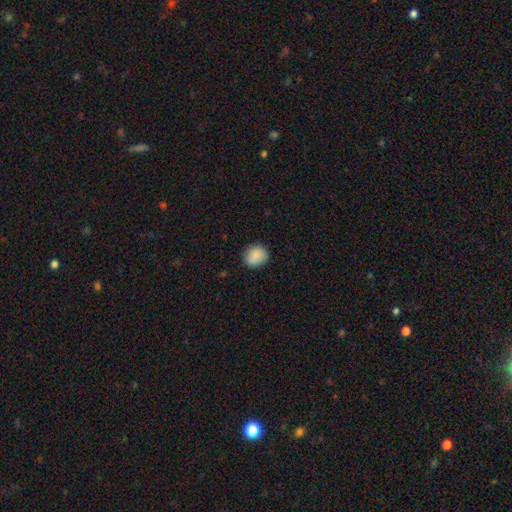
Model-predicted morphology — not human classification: type=smooth (88%); roundness=round (76%); merging=none (85%).